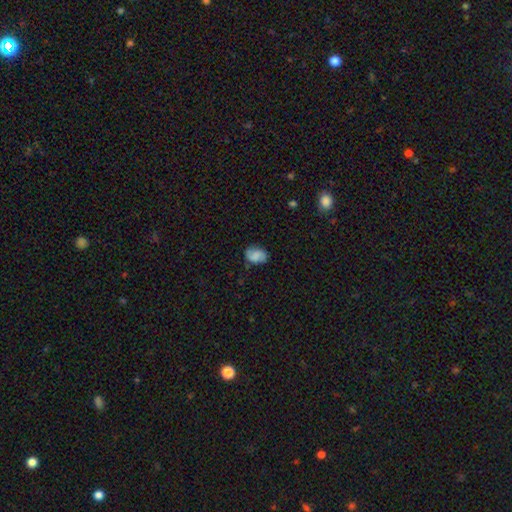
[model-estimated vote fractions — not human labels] Overall: smooth (72%). How rounded: in between (80%). Merging: none (75%).